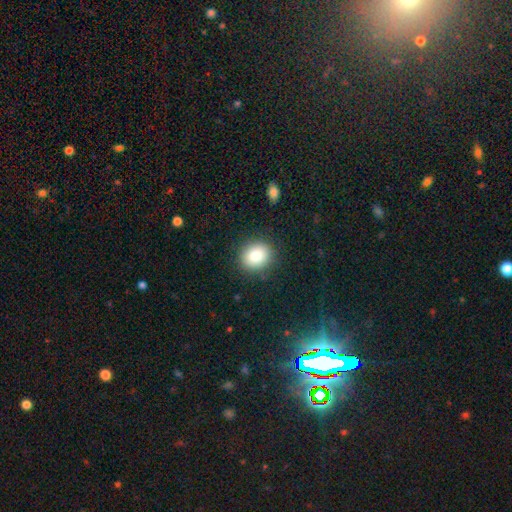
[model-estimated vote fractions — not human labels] Smooth or featured?
  - smooth: 83% *
  - star or artifact: 9%
  - featured or disk: 8%
How rounded?
  - round: 71% *
  - in between: 29%
  - cigar-shaped: 1%
Merging?
  - none: 88% *
  - minor disturbance: 8%
  - major disturbance: 3%
  - merger: 1%